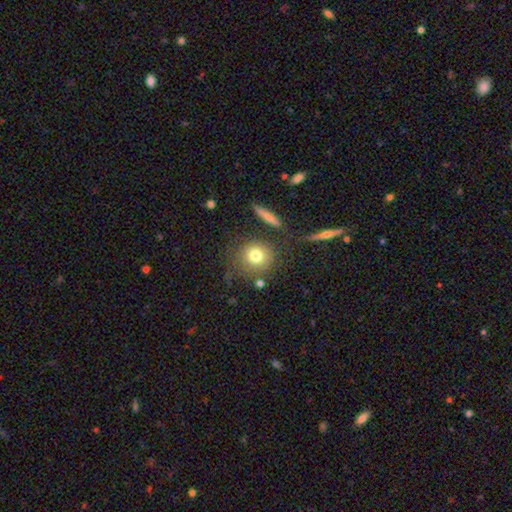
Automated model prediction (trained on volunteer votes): Q: Smooth or featured?
A: smooth (76%); runner-up: featured or disk (13%)
Q: How rounded?
A: round (88%); runner-up: in between (10%)
Q: Merging?
A: none (74%); runner-up: minor disturbance (12%)